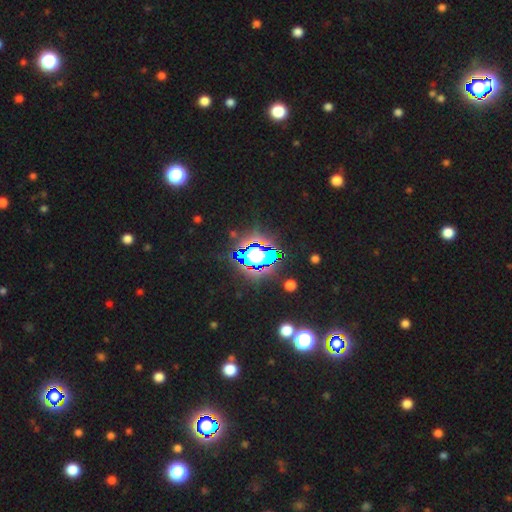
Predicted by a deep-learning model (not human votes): The model was most divided on "smooth or featured": star or artifact: 67%, smooth: 20%, featured or disk: 13%.